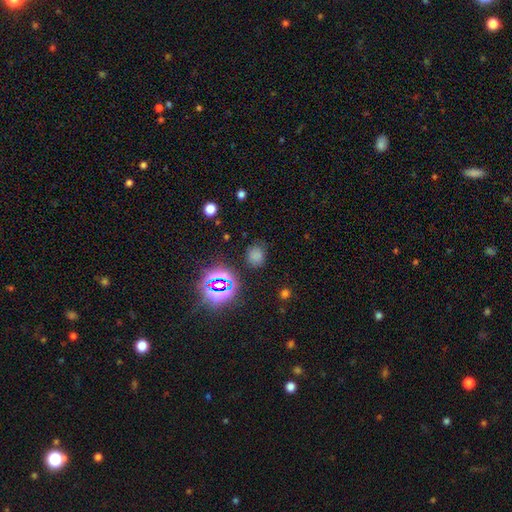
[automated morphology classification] Smooth or featured? smooth (64%)
How rounded? round (70%)
Merging? none (77%)